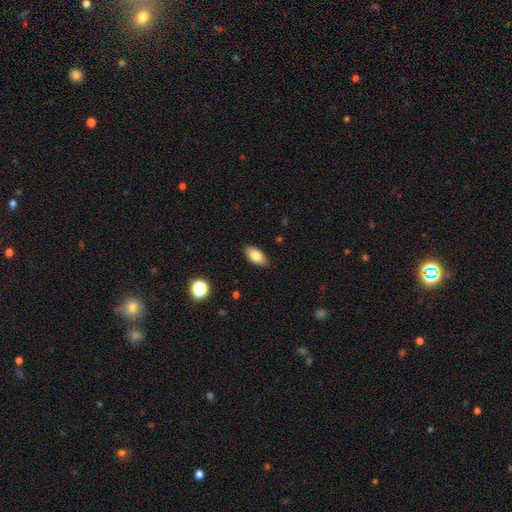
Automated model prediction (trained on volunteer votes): Smooth or featured? Predicted: smooth (p=0.81). How rounded? Predicted: in between (p=0.92). Merging? Predicted: none (p=0.87).